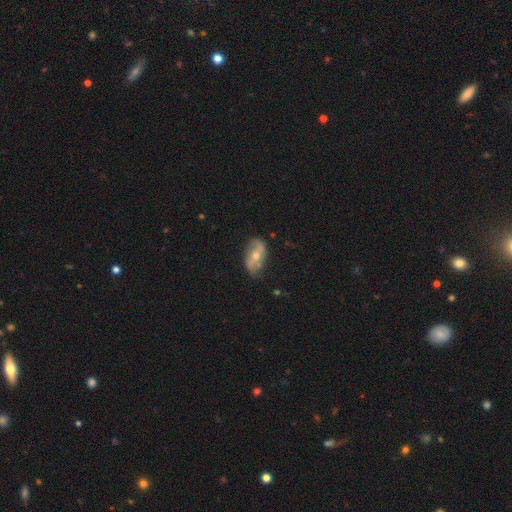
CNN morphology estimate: type=featured or disk (66%); edge-on=no (91%); bar=no (50%); spiral arms=yes (78%); bulge=moderate (60%); merging=none (71%).